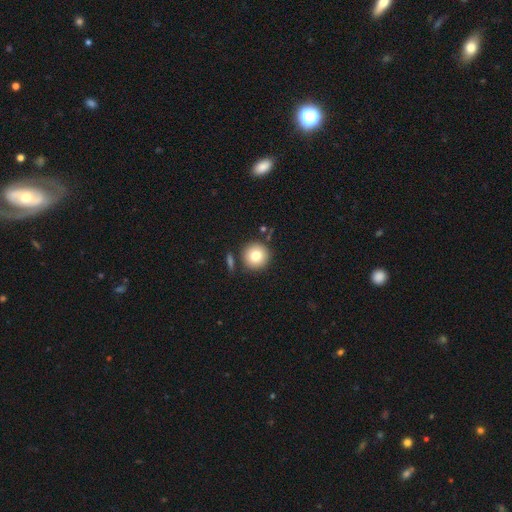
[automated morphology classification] A smooth galaxy with no disk features (79%) that is round (95%). Merging: none (82%).